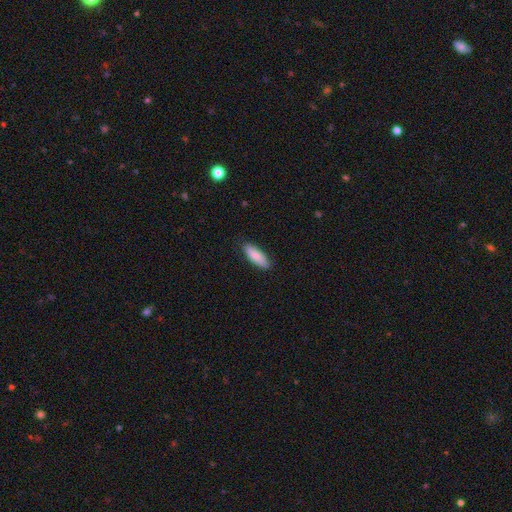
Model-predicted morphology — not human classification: Smooth or featured? Predicted: smooth (p=0.87). How rounded? Predicted: in between (p=0.59). Merging? Predicted: none (p=0.87).